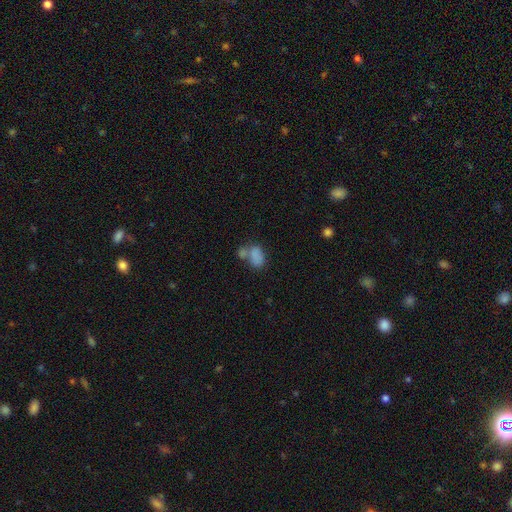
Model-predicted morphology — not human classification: smooth_or_featured: smooth (p=0.78) [alt: featured or disk p=0.12]
how_rounded: in between (p=0.83) [alt: round p=0.15]
merging: merger (p=0.50) [alt: none p=0.29]